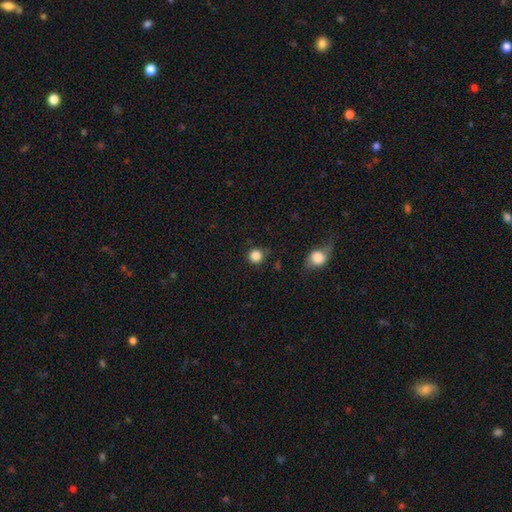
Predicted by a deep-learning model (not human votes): A smooth galaxy with no disk features (85%) that is round (94%). Merging: none (84%).